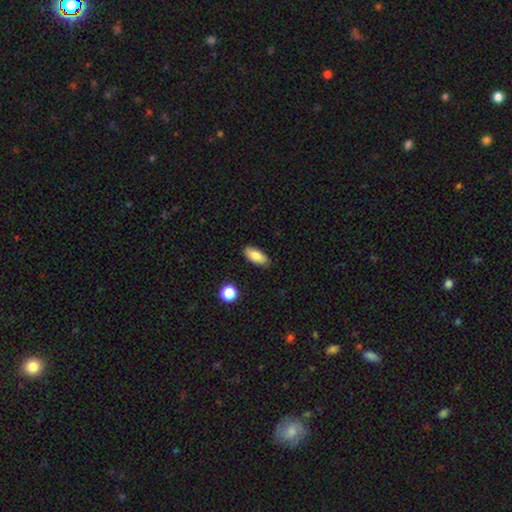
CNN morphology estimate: Smooth or featured: smooth — 84% (featured or disk — 8%)
How rounded: in between — 88% (cigar-shaped — 10%)
Merging: none — 86% (minor disturbance — 10%)